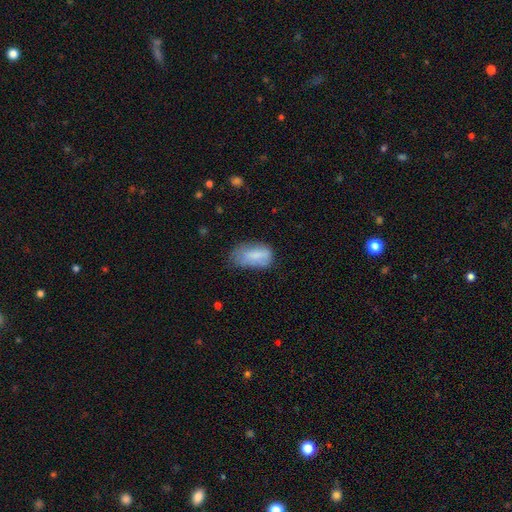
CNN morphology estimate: Smooth or featured: smooth — 75% (featured or disk — 17%)
How rounded: in between — 92% (round — 4%)
Merging: none — 43% (minor disturbance — 37%)